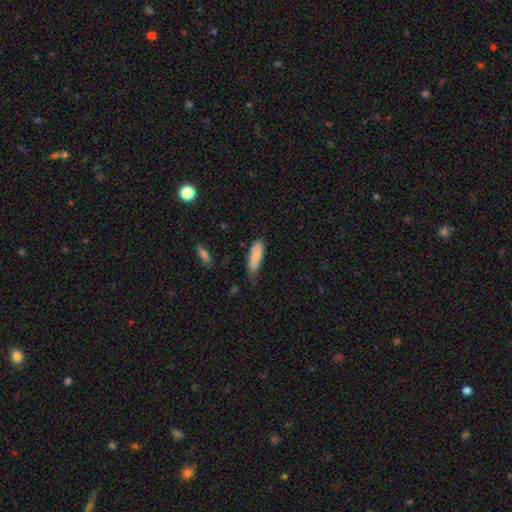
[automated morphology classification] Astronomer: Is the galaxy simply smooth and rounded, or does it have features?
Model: smooth — 83%.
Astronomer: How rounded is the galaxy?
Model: in between — 63%.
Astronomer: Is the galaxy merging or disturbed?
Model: none — 47% (runner-up: minor disturbance, 41%).